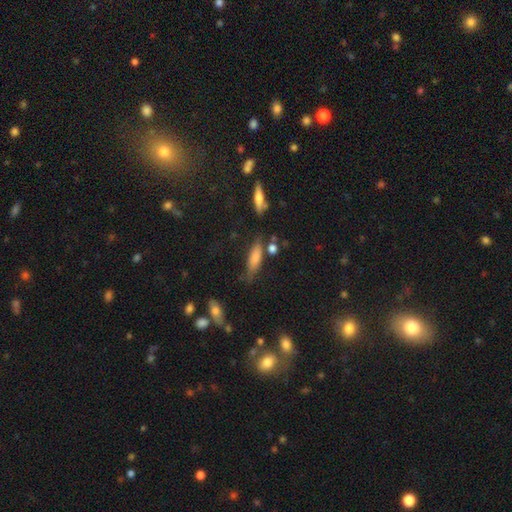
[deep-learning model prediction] smooth 69%, featured or disk 19%, star or artifact 12%. Down the decision tree: how rounded — cigar-shaped (53%); merging — none (61%).